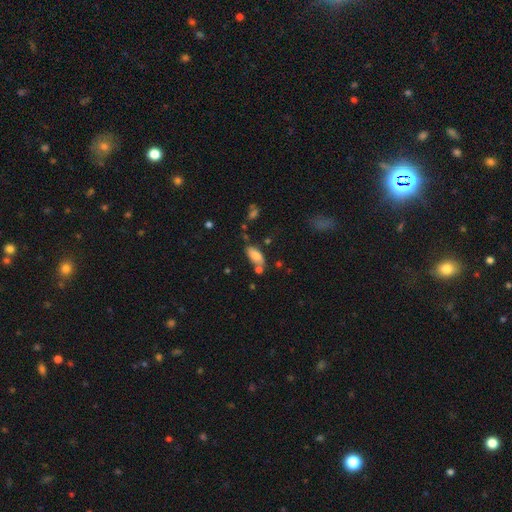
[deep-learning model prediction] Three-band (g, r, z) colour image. It shows a smooth galaxy with no disk features (77%) that is in between round and cigar-shaped (88%). Merging: none (60%).